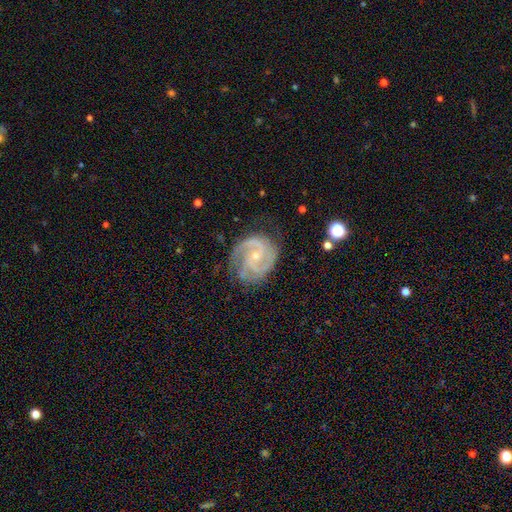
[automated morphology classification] This appears to be a featured or disk galaxy (91%) with no bar (57%), 2 (73%) medium (47%) spiral arms (98%) and a small central bulge (68%). Merging: none (73%).